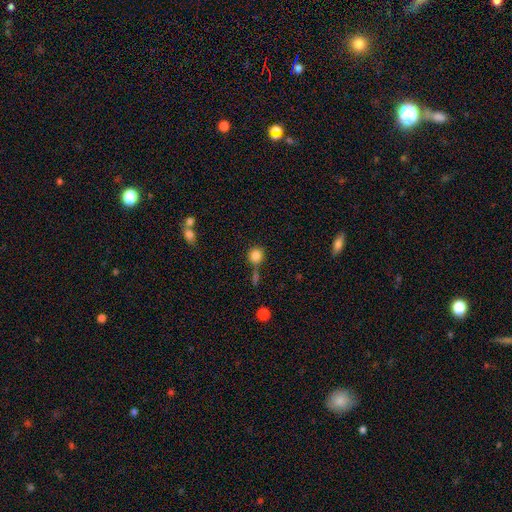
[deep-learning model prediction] Morphology: type=smooth (83%); roundness=round (90%); merging=none (64%).